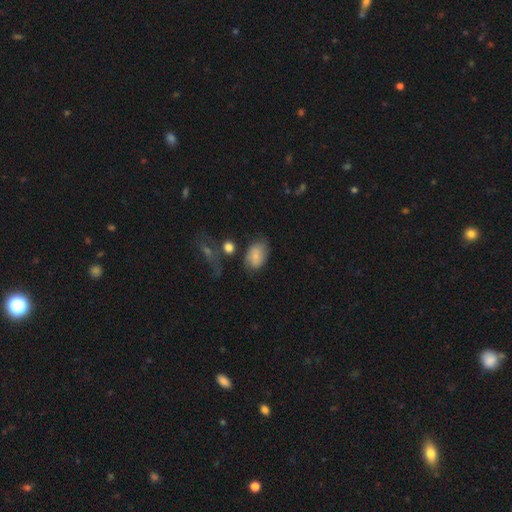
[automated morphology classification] Smooth or featured?
  - smooth: 76% *
  - featured or disk: 16%
  - star or artifact: 8%
How rounded?
  - in between: 83% *
  - round: 16%
  - cigar-shaped: 1%
Merging?
  - none: 59% *
  - minor disturbance: 26%
  - major disturbance: 9%
  - merger: 6%